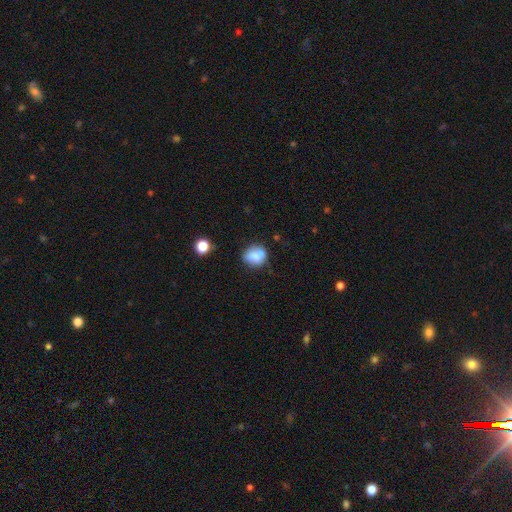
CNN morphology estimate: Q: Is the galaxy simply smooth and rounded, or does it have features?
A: smooth — 76%.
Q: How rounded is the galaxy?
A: round — 72%.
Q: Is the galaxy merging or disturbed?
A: none — 60%.